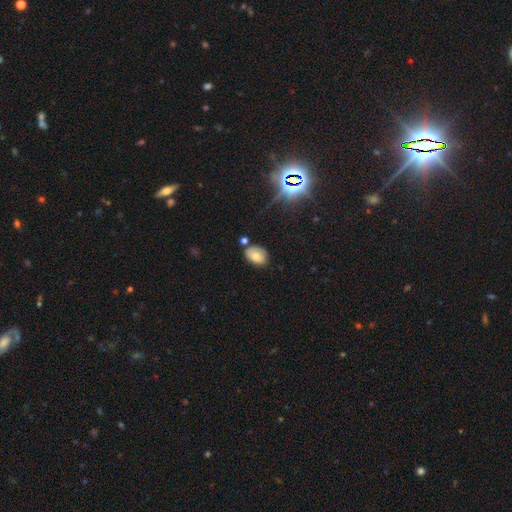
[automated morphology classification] A smooth galaxy with no disk features (72%) that is in between round and cigar-shaped (85%).

Vote fractions:
- Smooth or featured? smooth: 72% / featured or disk: 15% / star or artifact: 12%
- How rounded? in between: 85% / round: 13% / cigar-shaped: 1%
- Merging? none: 64% / minor disturbance: 23% / merger: 9% / major disturbance: 5%